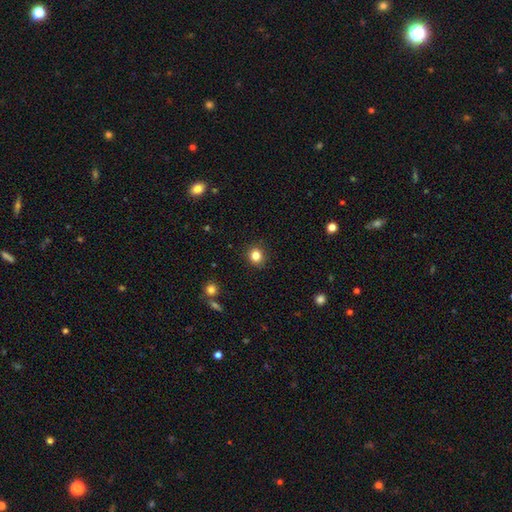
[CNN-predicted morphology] smooth_or_featured: smooth (p=0.83) [alt: star or artifact p=0.12]
how_rounded: round (p=0.84) [alt: in between p=0.15]
merging: none (p=0.90) [alt: minor disturbance p=0.07]